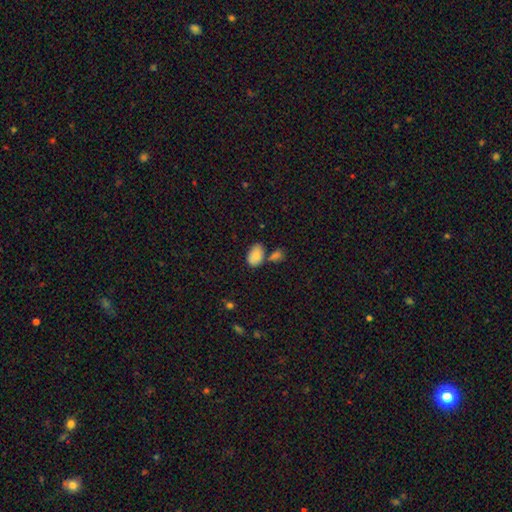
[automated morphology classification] Smooth or featured?
  - smooth: 84% *
  - featured or disk: 8%
  - star or artifact: 8%
How rounded?
  - in between: 89% *
  - round: 10%
  - cigar-shaped: 1%
Merging?
  - none: 59% *
  - merger: 20%
  - minor disturbance: 17%
  - major disturbance: 4%